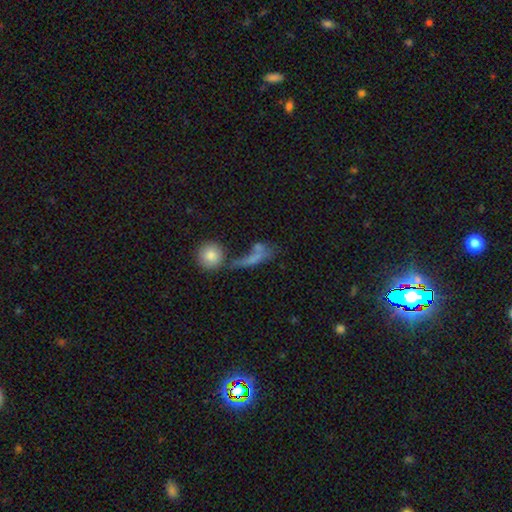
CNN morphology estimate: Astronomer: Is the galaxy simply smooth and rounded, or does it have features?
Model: smooth — 64%.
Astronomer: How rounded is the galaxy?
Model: in between — 43% (runner-up: cigar-shaped, 40%).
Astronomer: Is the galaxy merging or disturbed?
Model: none — 35% (runner-up: merger, 31%).